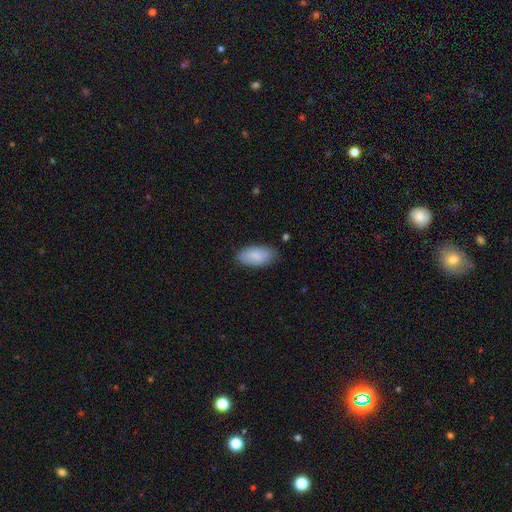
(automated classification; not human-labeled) This appears to be a smooth galaxy with no disk features (85%) that is in between round and cigar-shaped (93%). Merging: none (82%).